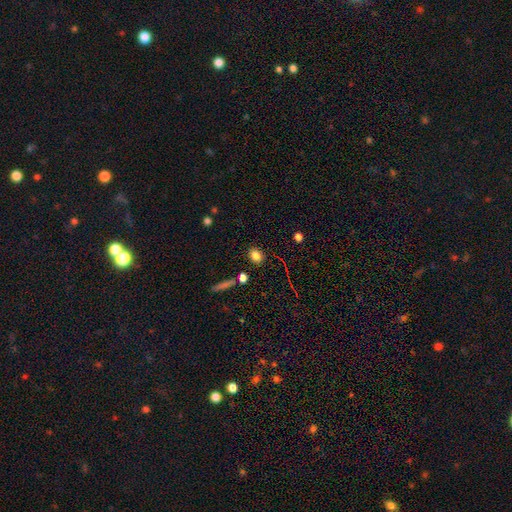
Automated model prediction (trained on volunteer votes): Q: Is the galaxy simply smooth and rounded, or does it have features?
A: smooth — 81%.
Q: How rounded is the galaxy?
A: in between — 52%.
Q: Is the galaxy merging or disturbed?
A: none — 85%.